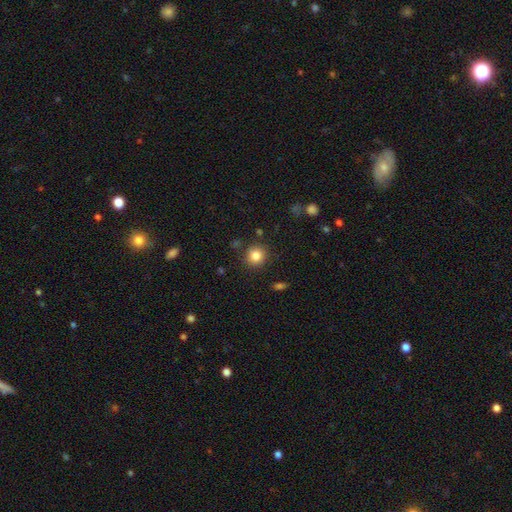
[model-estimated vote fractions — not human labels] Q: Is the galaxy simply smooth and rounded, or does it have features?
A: smooth — 84%.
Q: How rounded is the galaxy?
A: round — 90%.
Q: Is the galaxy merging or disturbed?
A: none — 87%.